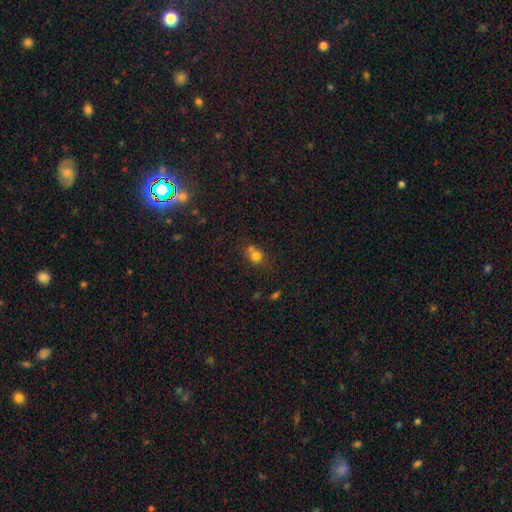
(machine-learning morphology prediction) A smooth galaxy with no disk features (75%) that is round (71%). Merging: none (47%).